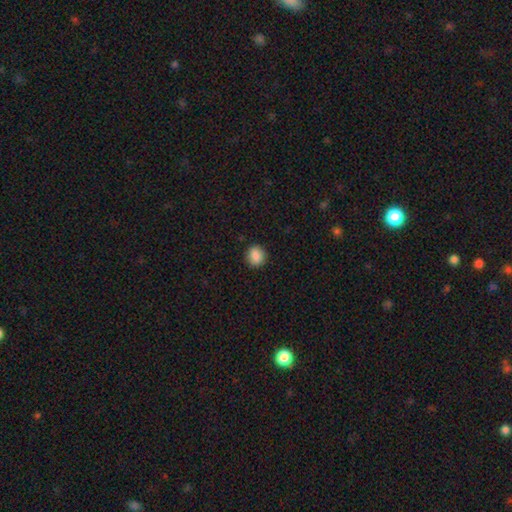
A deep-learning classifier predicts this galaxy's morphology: The model was most divided on "how rounded": round: 78%, in between: 21%, cigar-shaped: 1%. More confident: merging — none (89%); smooth or featured — smooth (88%).